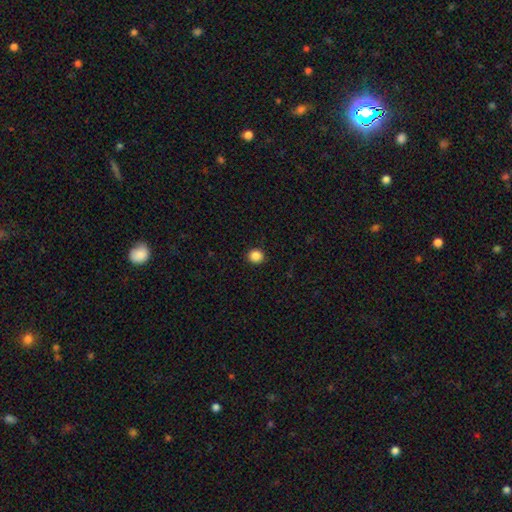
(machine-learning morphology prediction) Smooth or featured?
  - smooth: 87% *
  - star or artifact: 10%
  - featured or disk: 3%
How rounded?
  - round: 88% *
  - in between: 11%
  - cigar-shaped: 1%
Merging?
  - none: 93% *
  - minor disturbance: 5%
  - major disturbance: 2%
  - merger: 1%